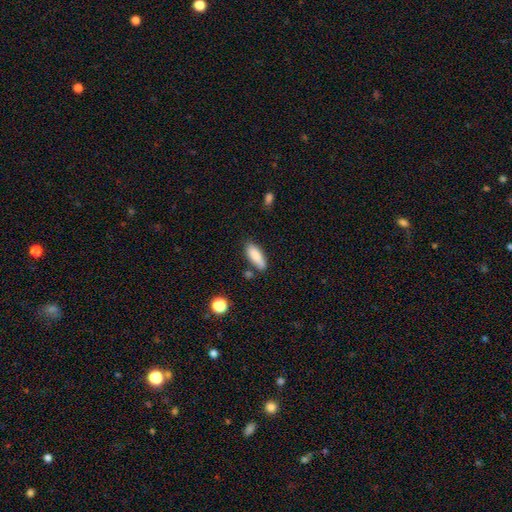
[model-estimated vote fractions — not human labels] Smooth or featured? Predicted: smooth (p=0.84). How rounded? Predicted: in between (p=0.68). Merging? Predicted: none (p=0.76).